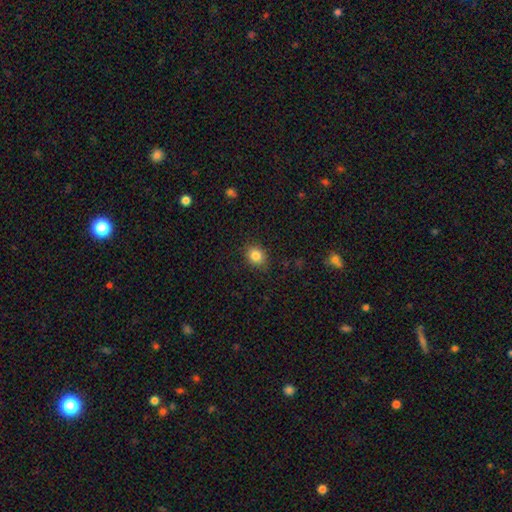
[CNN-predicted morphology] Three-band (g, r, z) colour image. It shows a smooth galaxy with no disk features (84%) that is round (63%). Merging: none (87%).